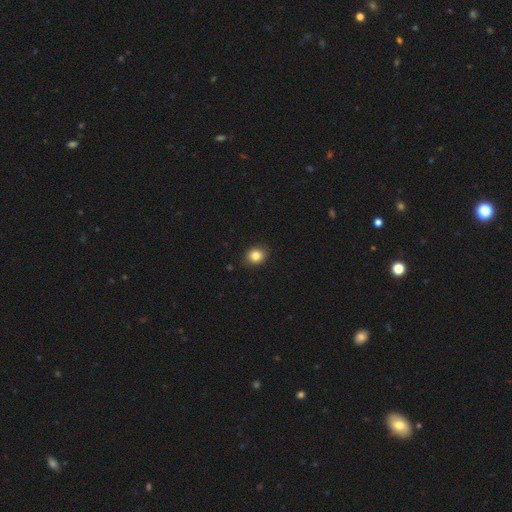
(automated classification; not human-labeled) Morphology: type=smooth (83%); roundness=round (70%); merging=none (89%).